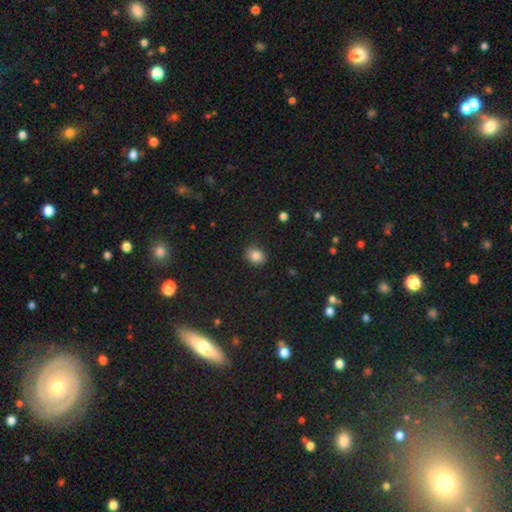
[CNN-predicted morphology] Overall: smooth (84%). How rounded: round (57%; in between 42%). Merging: none (86%).